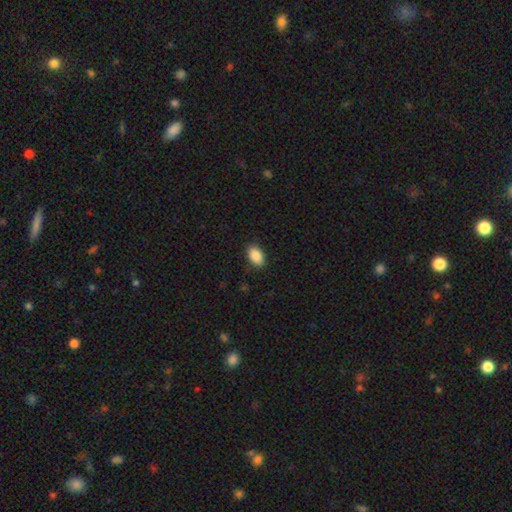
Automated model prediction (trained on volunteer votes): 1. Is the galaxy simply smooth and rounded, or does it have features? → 89% smooth, 7% star or artifact, 4% featured or disk.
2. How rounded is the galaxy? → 92% in between, 6% round, 2% cigar-shaped.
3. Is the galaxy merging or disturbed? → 88% none, 9% minor disturbance, 2% major disturbance, 1% merger.